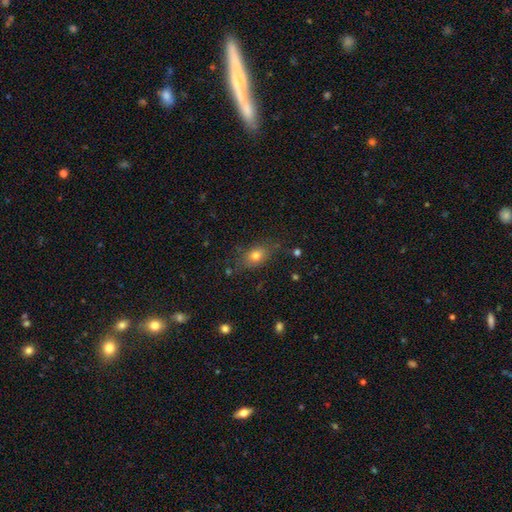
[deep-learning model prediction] Morphology: type=smooth (76%); roundness=in between (71%); merging=none (73%).